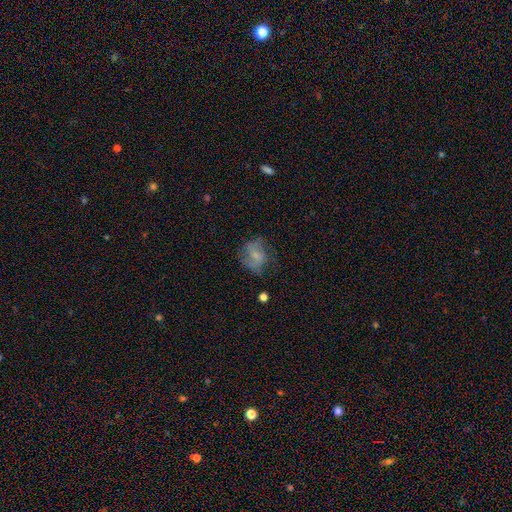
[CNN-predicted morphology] Q: Smooth or featured?
A: smooth (53%); runner-up: featured or disk (37%)
Q: How rounded?
A: round (57%); runner-up: in between (42%)
Q: Merging?
A: none (55%); runner-up: minor disturbance (24%)